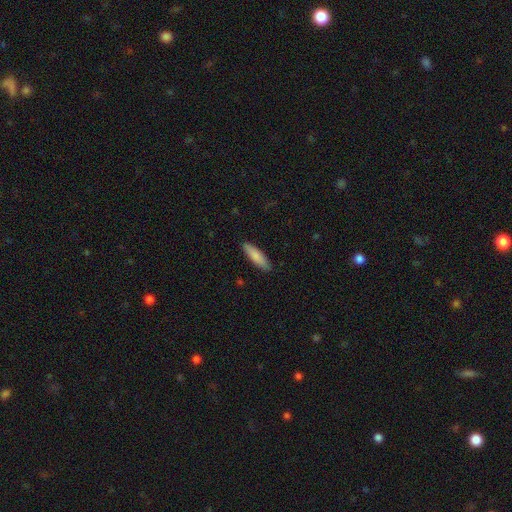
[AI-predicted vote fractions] Smooth or featured: smooth — 84% (featured or disk — 10%)
How rounded: cigar-shaped — 62% (in between — 36%)
Merging: none — 89% (minor disturbance — 8%)